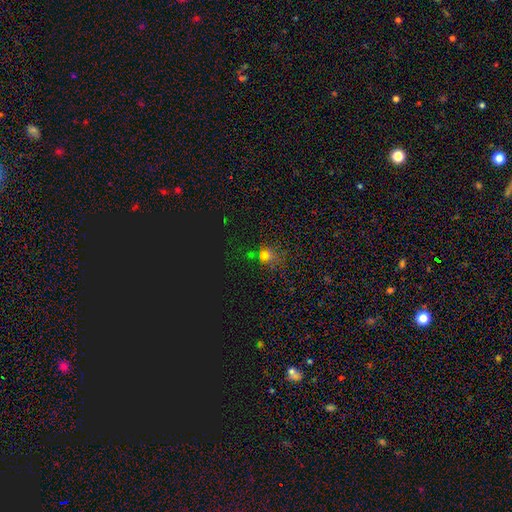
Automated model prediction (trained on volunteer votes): Morphology: type=star or artifact (47%).